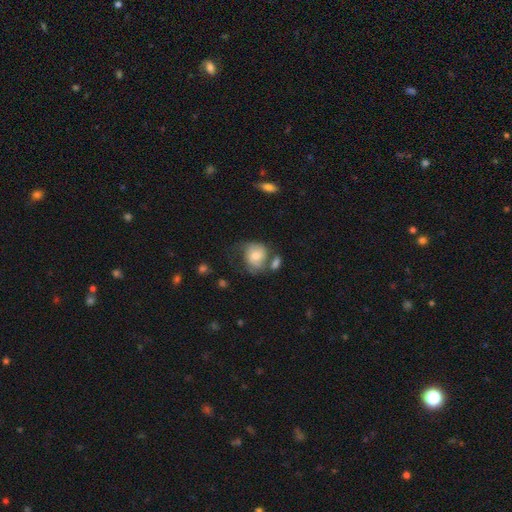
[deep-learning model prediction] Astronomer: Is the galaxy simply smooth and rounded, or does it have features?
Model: smooth — 56% (runner-up: featured or disk, 36%).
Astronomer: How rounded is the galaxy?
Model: round — 62%.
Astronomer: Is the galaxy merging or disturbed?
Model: none — 32% (runner-up: minor disturbance, 24%).